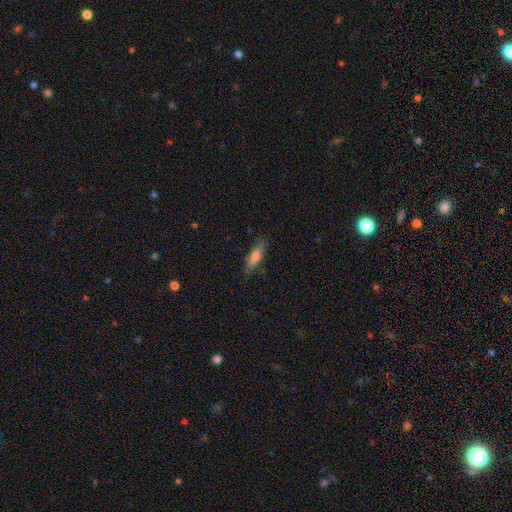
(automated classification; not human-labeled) Smooth or featured: smooth — 74% (featured or disk — 19%)
How rounded: in between — 49% (tied with cigar-shaped — 49%)
Merging: none — 79% (minor disturbance — 16%)